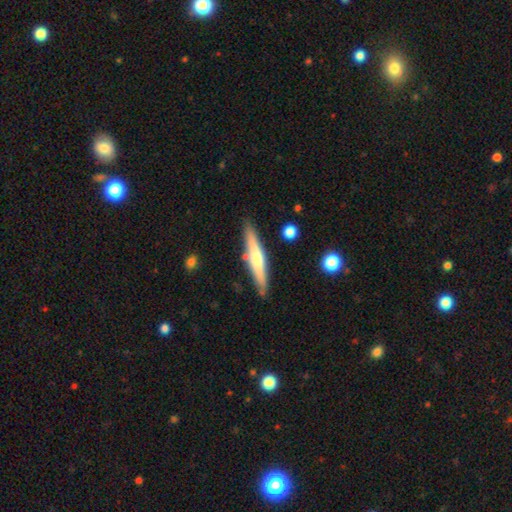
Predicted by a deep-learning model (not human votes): Overall: featured or disk (53%; smooth 41%). Edge-on disk: yes (95%). Edge-on bulge: rounded (77%). Merging: none (84%).